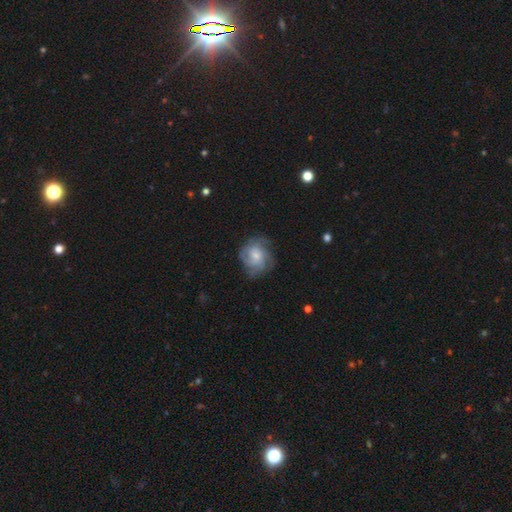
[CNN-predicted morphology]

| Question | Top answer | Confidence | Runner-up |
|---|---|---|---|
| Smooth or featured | featured or disk | 62% | smooth (30%) |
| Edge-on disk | no | 98% | yes (2%) |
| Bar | no | 75% | weak (23%) |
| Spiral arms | yes | 87% | no (13%) |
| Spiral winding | tight | 47% | medium (38%) |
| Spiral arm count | can't tell | 37% | 3 (22%) |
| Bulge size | small | 45% | moderate (41%) |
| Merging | none | 67% | minor disturbance (20%) |